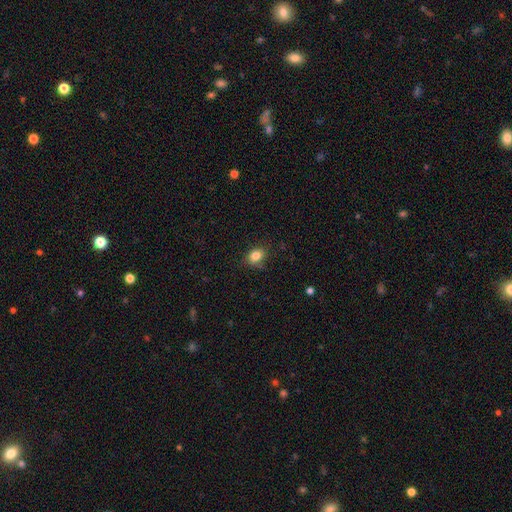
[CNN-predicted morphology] This is clearly a smooth galaxy (83%). How rounded: possibly in between (58%). Merging: likely none (77%).